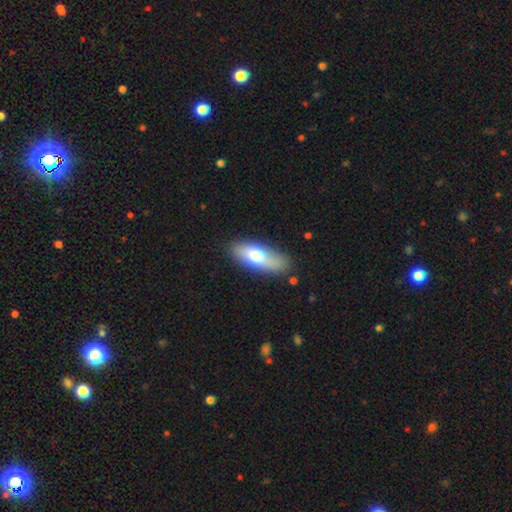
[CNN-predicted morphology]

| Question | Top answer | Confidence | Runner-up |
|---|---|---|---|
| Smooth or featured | smooth | 70% | featured or disk (23%) |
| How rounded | in between | 73% | cigar-shaped (24%) |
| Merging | none | 82% | minor disturbance (13%) |